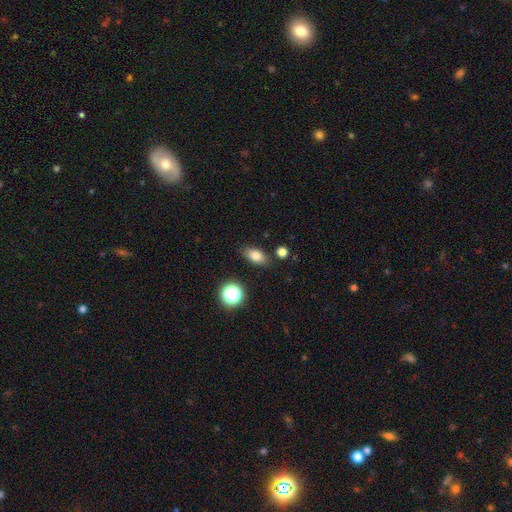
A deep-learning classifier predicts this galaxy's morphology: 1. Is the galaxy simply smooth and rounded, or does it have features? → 81% smooth, 11% star or artifact, 8% featured or disk.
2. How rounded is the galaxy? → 83% in between, 11% round, 5% cigar-shaped.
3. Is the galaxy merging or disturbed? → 82% none, 12% minor disturbance, 3% merger, 3% major disturbance.